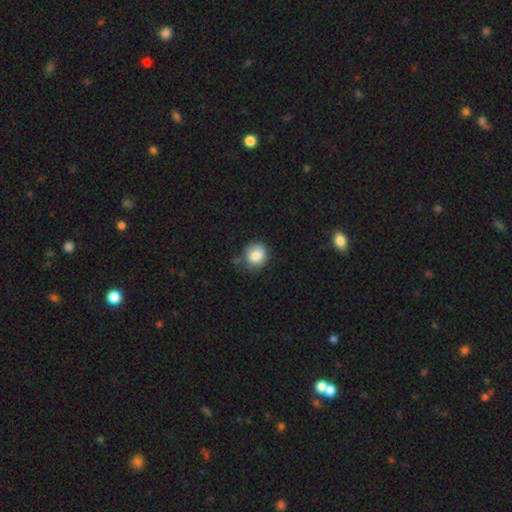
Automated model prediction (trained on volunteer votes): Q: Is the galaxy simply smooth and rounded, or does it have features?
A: smooth — 83%.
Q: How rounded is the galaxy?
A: round — 81%.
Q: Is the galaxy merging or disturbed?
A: none — 67%.